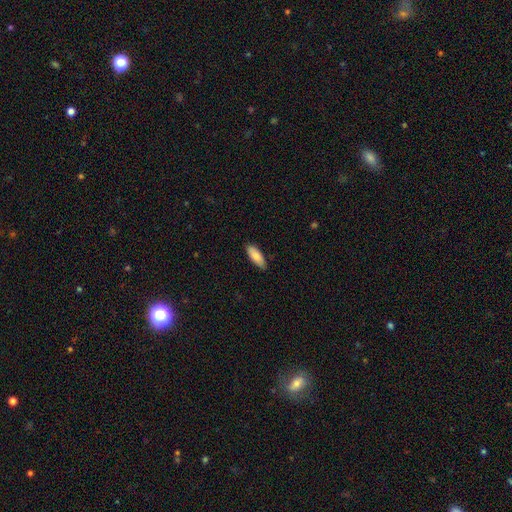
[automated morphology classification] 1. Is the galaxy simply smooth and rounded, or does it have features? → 86% smooth, 9% featured or disk, 6% star or artifact.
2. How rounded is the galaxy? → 72% in between, 27% cigar-shaped, 2% round.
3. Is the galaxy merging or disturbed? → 85% none, 12% minor disturbance, 2% major disturbance, 1% merger.